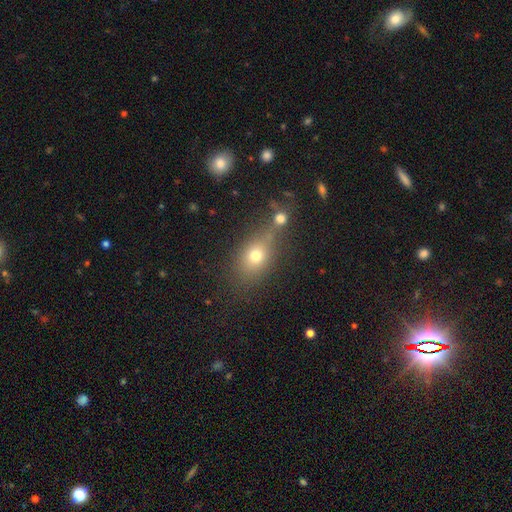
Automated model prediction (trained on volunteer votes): Smooth or featured: smooth — 70% (star or artifact — 16%)
How rounded: in between — 58% (round — 38%)
Merging: none — 47% (merger — 32%)